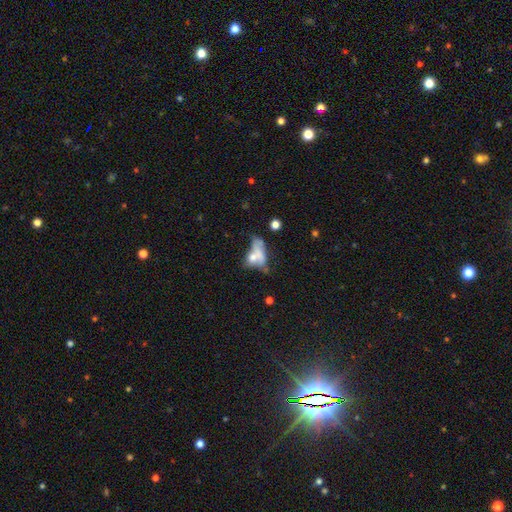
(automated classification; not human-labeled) Q: Smooth or featured?
A: smooth (54%); runner-up: featured or disk (34%)
Q: How rounded?
A: in between (76%); runner-up: round (14%)
Q: Merging?
A: merger (45%); runner-up: major disturbance (23%)